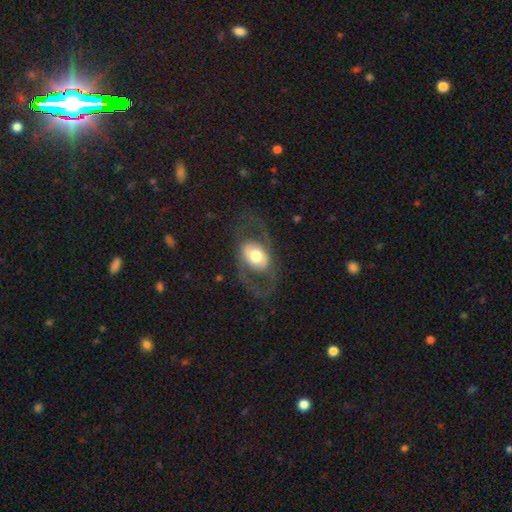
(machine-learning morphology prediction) smooth-or-featured: featured or disk: 65% | smooth: 29% | star or artifact: 5%
  disk-edge-on: no: 92% | yes: 8%
    bar: no: 63% | weak: 24% | strong: 13%
    has-spiral-arms: yes: 54% | no: 46%
    bulge-size: moderate: 56% | large: 33% | small: 5% | dominant: 4% | none: 1%
  merging: none: 68% | major disturbance: 18% | minor disturbance: 13% | merger: 1%